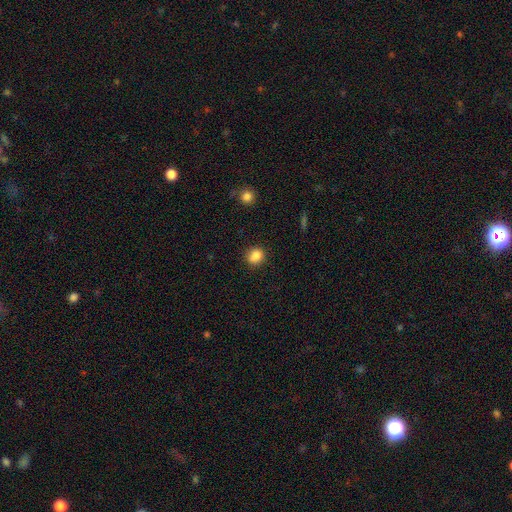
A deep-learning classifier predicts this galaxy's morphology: This appears to be a smooth galaxy with no disk features (86%) that is round (71%). Merging: none (86%).